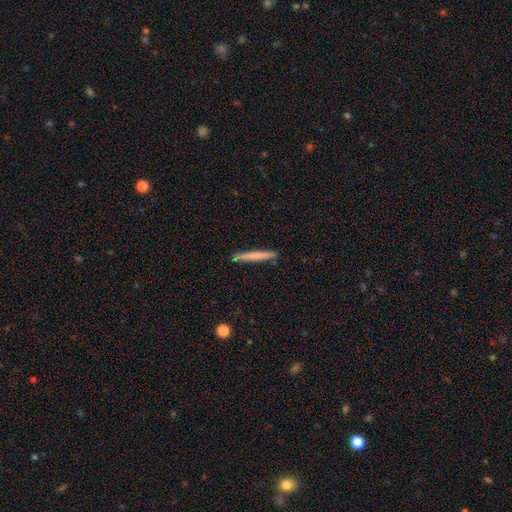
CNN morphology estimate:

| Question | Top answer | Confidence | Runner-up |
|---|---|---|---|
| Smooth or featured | smooth | 70% | featured or disk (25%) |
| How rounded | cigar-shaped | 96% | in between (3%) |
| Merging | none | 89% | minor disturbance (8%) |